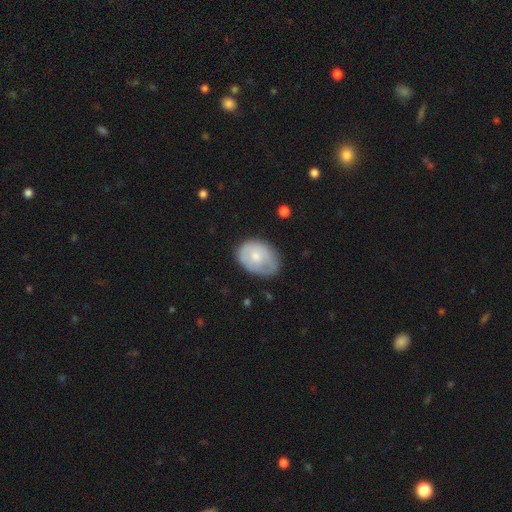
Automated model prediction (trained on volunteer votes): Overall: smooth (61%; featured or disk 33%). How rounded: in between (72%). Merging: none (59%; minor disturbance 30%).